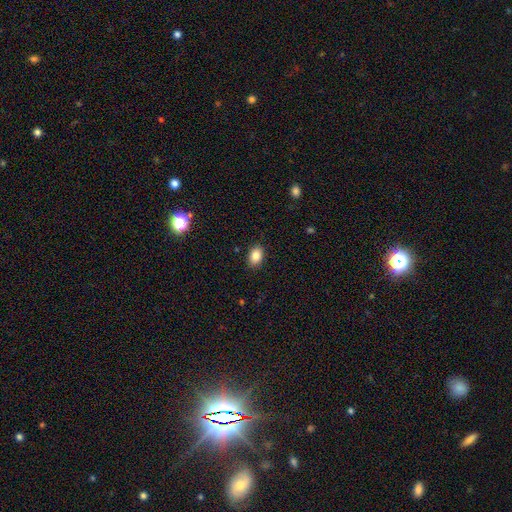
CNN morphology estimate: Smooth or featured? Predicted: smooth (p=0.85). How rounded? Predicted: in between (p=0.84). Merging? Predicted: none (p=0.88).